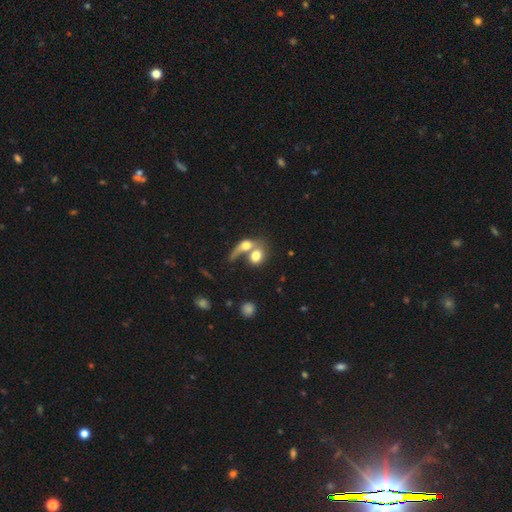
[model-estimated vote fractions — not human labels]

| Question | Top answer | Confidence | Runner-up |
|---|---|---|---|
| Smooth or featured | smooth | 70% | featured or disk (22%) |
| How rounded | in between | 57% | round (40%) |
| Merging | merger | 66% | none (18%) |